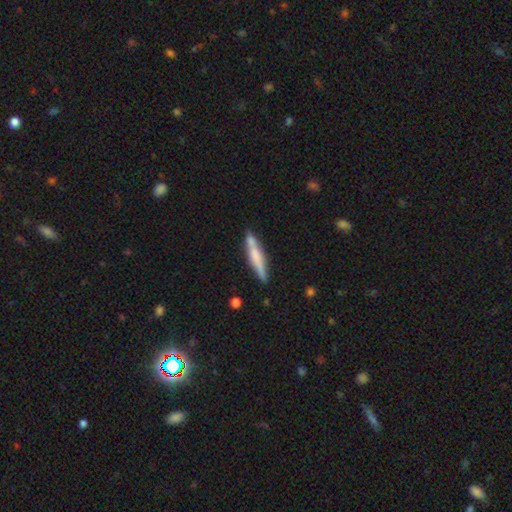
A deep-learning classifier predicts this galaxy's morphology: Smooth or featured: smooth — 52% (featured or disk — 43%)
How rounded: cigar-shaped — 91% (in between — 8%)
Merging: none — 78% (minor disturbance — 14%)